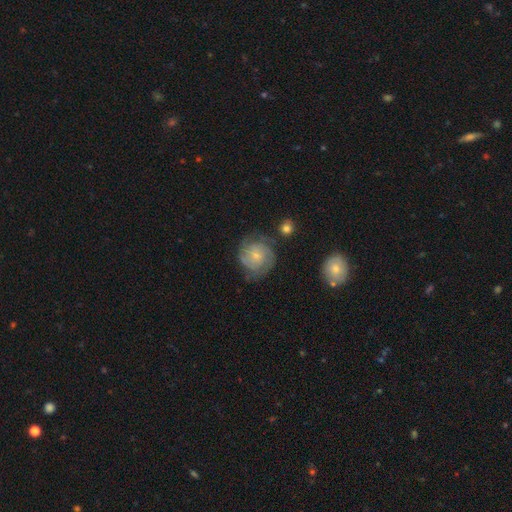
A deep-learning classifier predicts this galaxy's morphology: This is likely a featured or disk galaxy (70%). It is clearly not viewed edge-on (98%). Bar: likely no (74%). Spiral arm pattern: clearly yes (92%). Spiral arm count: marginally 2 (35%). Spiral winding: likely tight (62%). Central bulge: likely small (72%). Merging: likely none (70%).